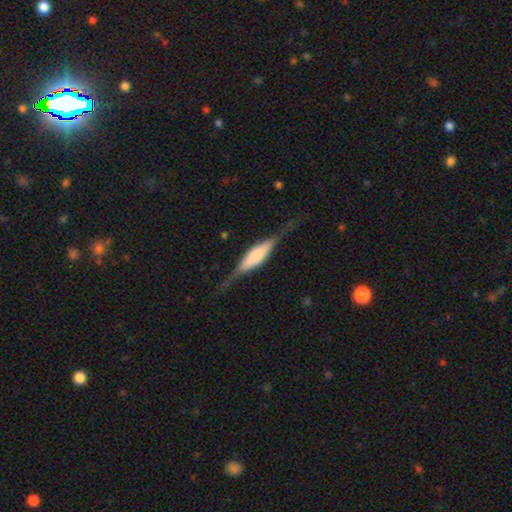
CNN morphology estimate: The model was most divided on "edge-on bulge": boxy: 47%, rounded: 44%, none: 9%. More confident: edge-on disk — yes (95%); merging — none (73%); smooth or featured — featured or disk (62%).